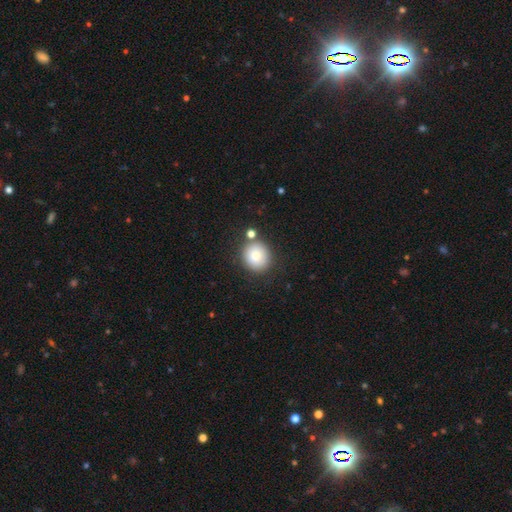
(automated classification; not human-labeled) smooth 80%, featured or disk 10%, star or artifact 10%. Down the decision tree: how rounded — round (86%); merging — none (78%).